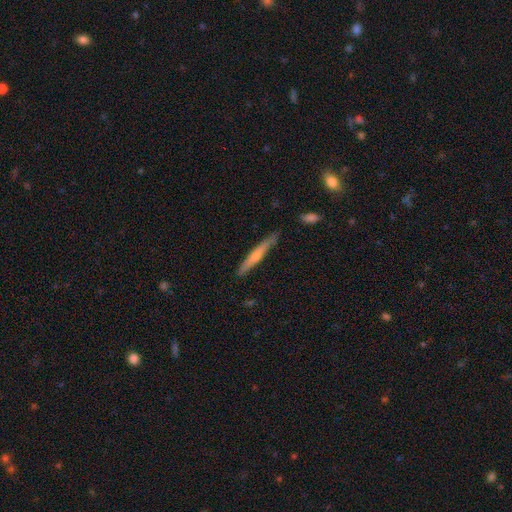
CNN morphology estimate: Smooth or featured? Predicted: featured or disk (p=0.50). Edge-on disk? Predicted: yes (p=0.95). Merging? Predicted: none (p=0.85).